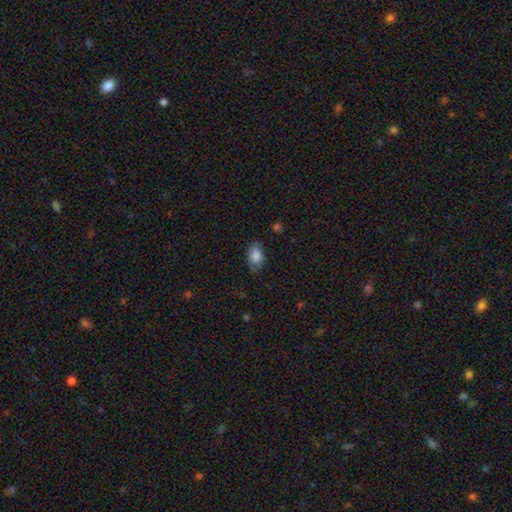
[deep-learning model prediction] Smooth or featured?
  - smooth: 85% *
  - star or artifact: 8%
  - featured or disk: 7%
How rounded?
  - in between: 86% *
  - round: 13%
  - cigar-shaped: 2%
Merging?
  - none: 73% *
  - minor disturbance: 20%
  - major disturbance: 5%
  - merger: 1%